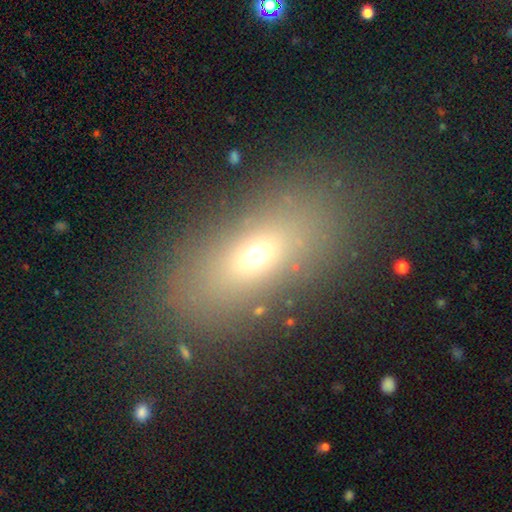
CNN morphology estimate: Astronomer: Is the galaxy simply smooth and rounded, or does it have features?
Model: smooth — 62%.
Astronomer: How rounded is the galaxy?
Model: in between — 76%.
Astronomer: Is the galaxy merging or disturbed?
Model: none — 81%.